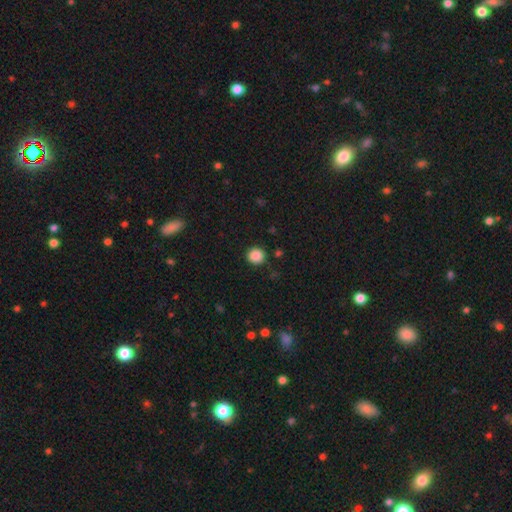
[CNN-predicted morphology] smooth 88%, star or artifact 10%, featured or disk 2%. Down the decision tree: how rounded — round (88%); merging — none (90%).